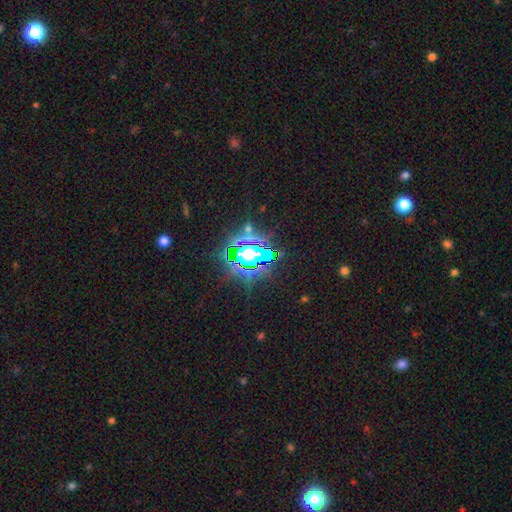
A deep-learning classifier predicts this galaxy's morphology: type=star or artifact (74%).